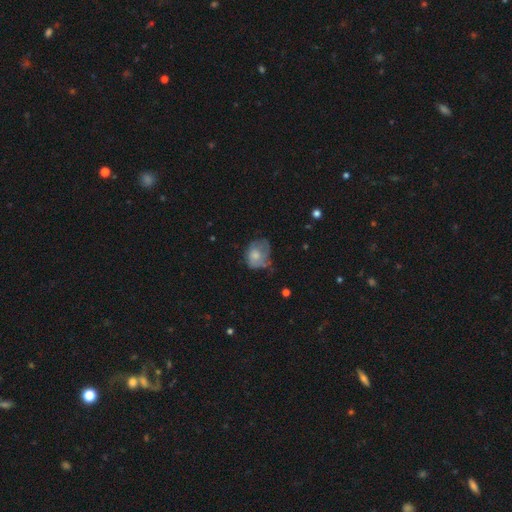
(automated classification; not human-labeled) Smooth or featured? smooth (62%)
How rounded? in between (54%)
Merging? minor disturbance (35%)